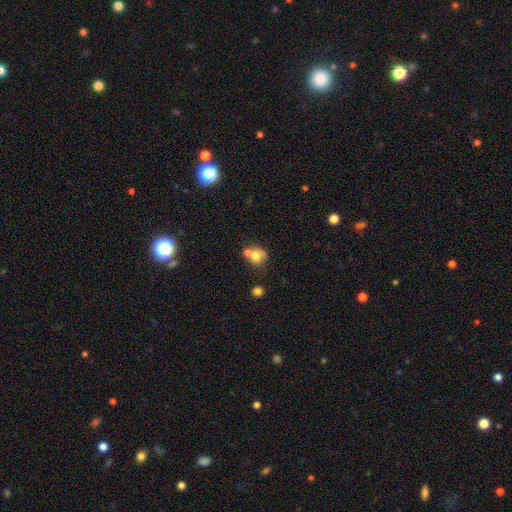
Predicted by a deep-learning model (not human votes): Q: Smooth or featured?
A: smooth (71%); runner-up: featured or disk (18%)
Q: How rounded?
A: round (75%); runner-up: in between (24%)
Q: Merging?
A: merger (43%); runner-up: none (40%)